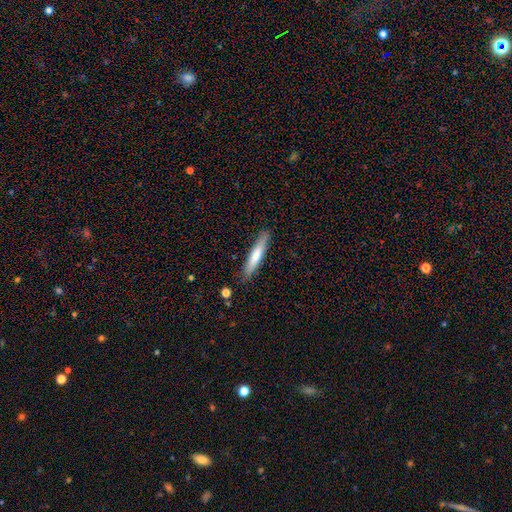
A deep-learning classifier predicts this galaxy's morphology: This appears to be a smooth galaxy with no disk features (64%) that is cigar-shaped (91%). Merging: none (88%).